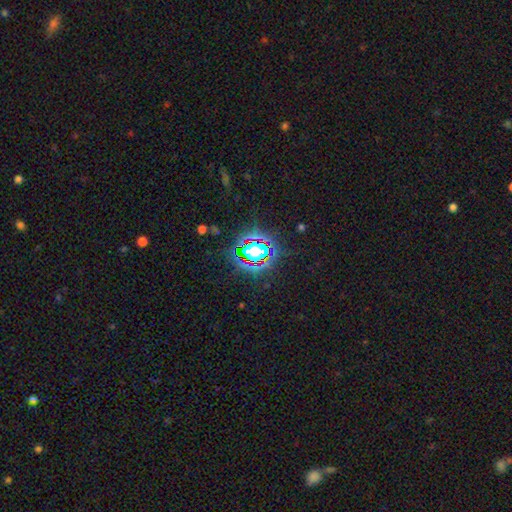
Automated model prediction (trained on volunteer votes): A star or artifact, not a galaxy (76%).

Vote fractions:
- Smooth or featured? star or artifact: 76% / smooth: 15% / featured or disk: 10%